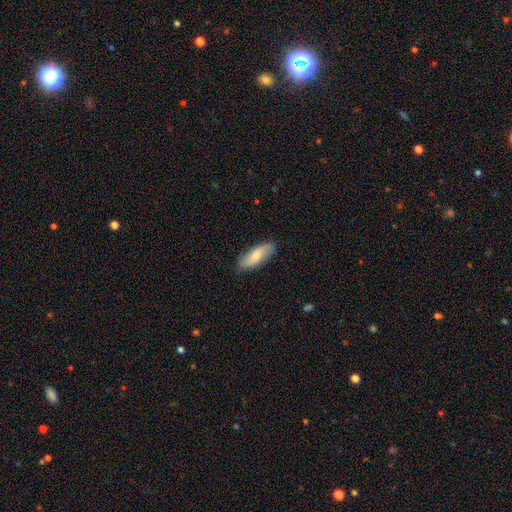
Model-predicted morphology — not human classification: type=smooth (65%); roundness=in between (66%); merging=none (82%).